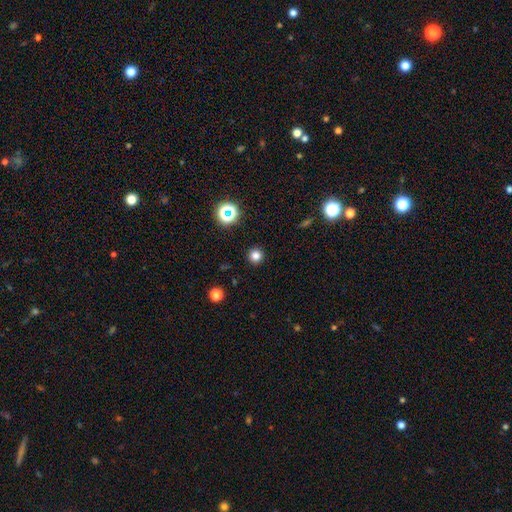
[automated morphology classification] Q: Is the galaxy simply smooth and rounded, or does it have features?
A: smooth — 79%.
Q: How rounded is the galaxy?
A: round — 95%.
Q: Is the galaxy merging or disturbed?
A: none — 92%.